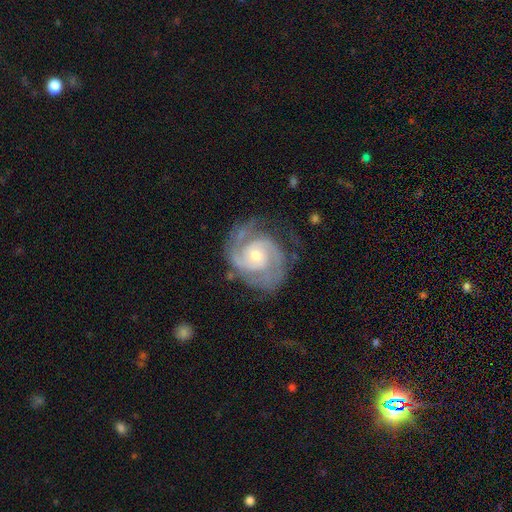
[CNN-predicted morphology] Smooth or featured? Predicted: featured or disk (p=0.91). Edge-on disk? Predicted: no (p=0.98). Bar? Predicted: no (p=0.67). Spiral arms? Predicted: yes (p=0.98). Spiral winding? Predicted: tight (p=0.58). Spiral arm count? Predicted: 2 (p=0.68). Bulge size? Predicted: moderate (p=0.49). Merging? Predicted: none (p=0.71).